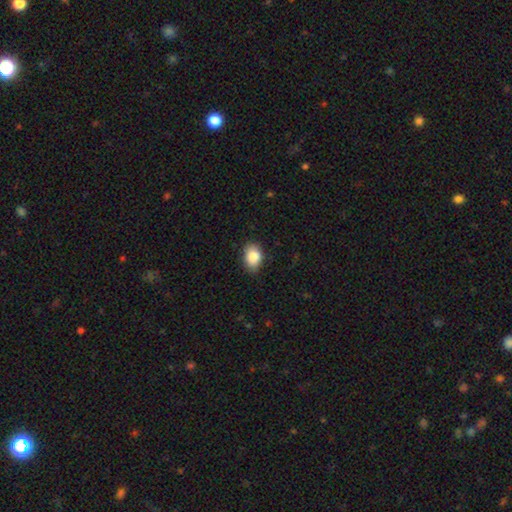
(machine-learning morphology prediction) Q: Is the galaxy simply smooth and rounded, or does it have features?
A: smooth — 87%.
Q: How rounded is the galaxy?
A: in between — 80%.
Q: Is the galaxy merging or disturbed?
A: none — 79%.